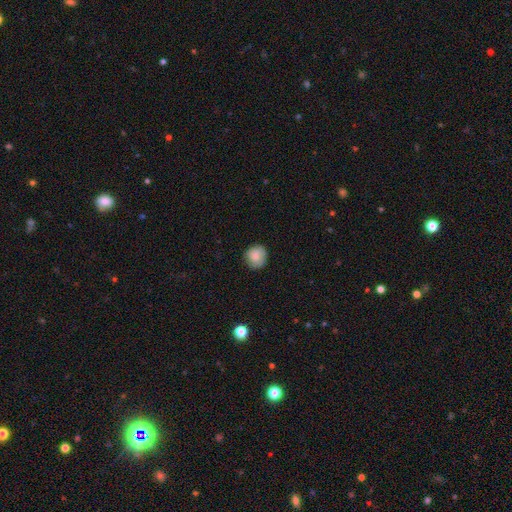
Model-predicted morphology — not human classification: A smooth galaxy with no disk features (83%) that is round (87%).

Vote fractions:
- Smooth or featured? smooth: 83% / featured or disk: 9% / star or artifact: 8%
- How rounded? round: 87% / in between: 12% / cigar-shaped: 1%
- Merging? none: 81% / minor disturbance: 15% / major disturbance: 3% / merger: 1%